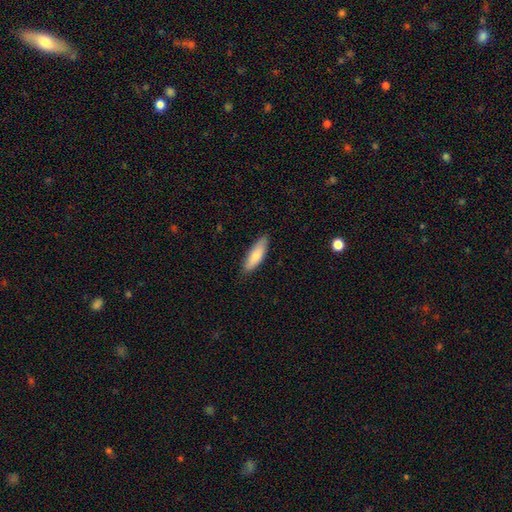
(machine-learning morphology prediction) A smooth galaxy with no disk features (78%) that is cigar-shaped (49%, tied with in between). Merging: none (85%).